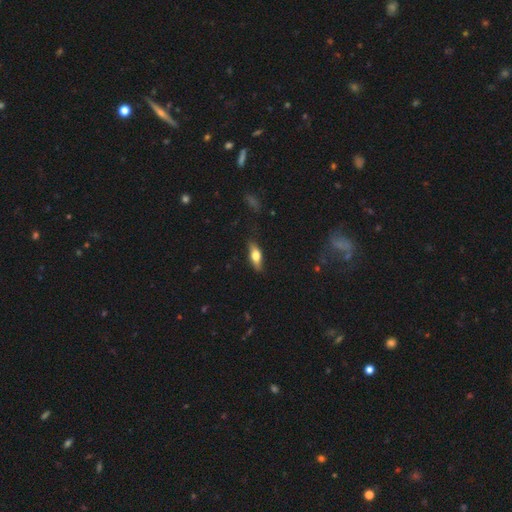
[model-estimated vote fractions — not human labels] Overall: smooth (59%; featured or disk 35%). How rounded: in between (64%; cigar-shaped 33%). Merging: none (80%).